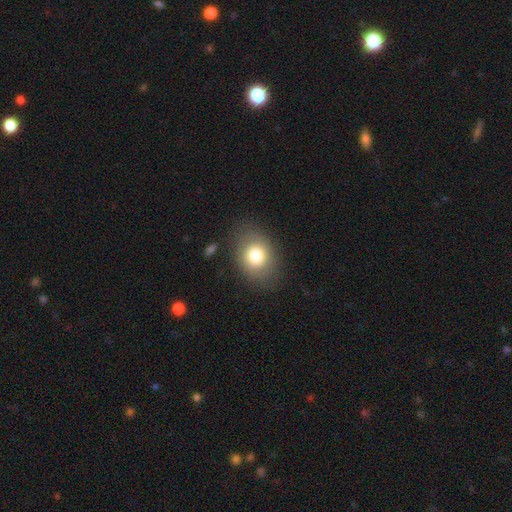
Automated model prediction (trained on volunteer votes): Morphology: type=smooth (76%); roundness=in between (59%); merging=none (79%).